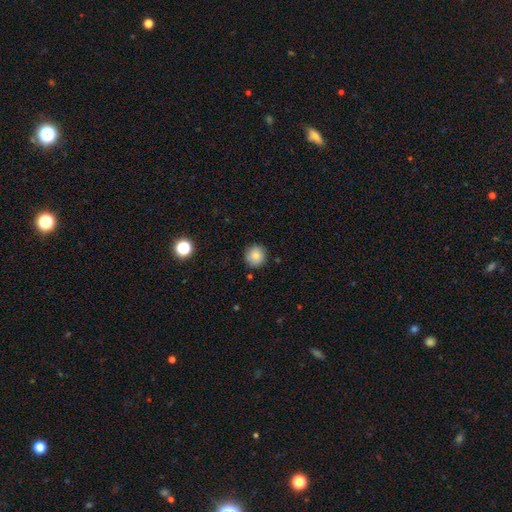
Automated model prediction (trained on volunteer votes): Morphology: type=smooth (83%); roundness=round (92%); merging=none (87%).